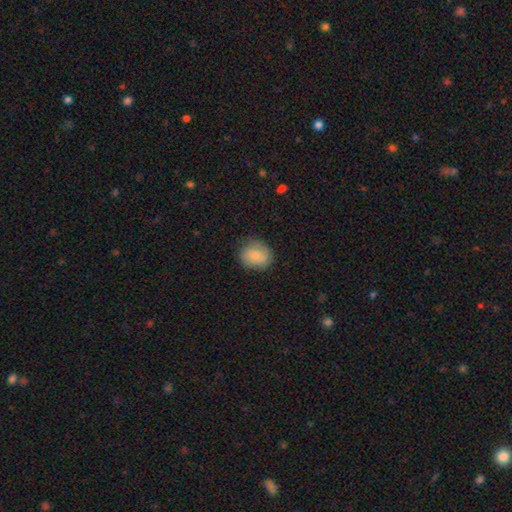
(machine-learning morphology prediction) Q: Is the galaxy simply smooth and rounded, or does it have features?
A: smooth — 77%.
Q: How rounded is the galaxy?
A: round — 69%.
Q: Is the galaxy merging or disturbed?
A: none — 76%.